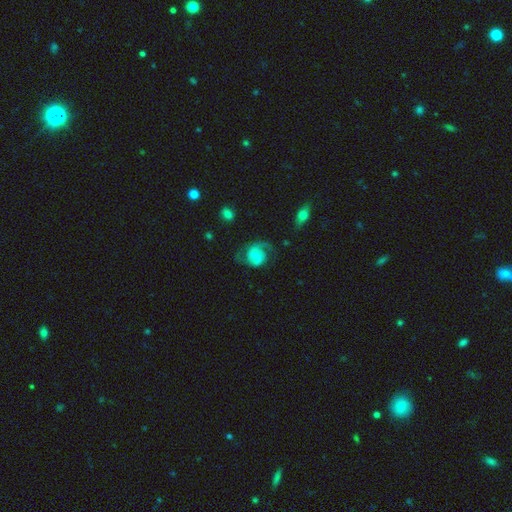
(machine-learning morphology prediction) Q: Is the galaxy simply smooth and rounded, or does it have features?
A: featured or disk — 70%.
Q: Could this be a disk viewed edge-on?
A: no — 97%.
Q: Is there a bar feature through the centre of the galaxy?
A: no — 50%.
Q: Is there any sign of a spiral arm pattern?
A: yes — 90%.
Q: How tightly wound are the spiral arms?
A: medium — 46%.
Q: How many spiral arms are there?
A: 2 — 78%.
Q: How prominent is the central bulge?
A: small — 50%.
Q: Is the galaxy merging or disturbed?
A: none — 57%.